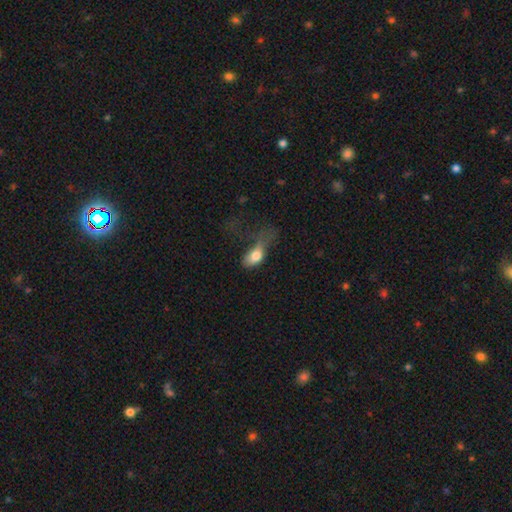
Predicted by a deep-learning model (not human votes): A smooth galaxy with no disk features (76%) that is in between round and cigar-shaped (84%).

Vote fractions:
- Smooth or featured? smooth: 76% / featured or disk: 16% / star or artifact: 8%
- How rounded? in between: 84% / round: 8% / cigar-shaped: 8%
- Merging? major disturbance: 61% / minor disturbance: 21% / none: 14% / merger: 4%